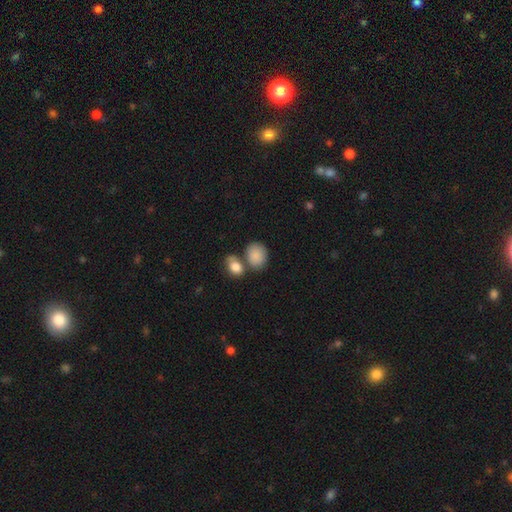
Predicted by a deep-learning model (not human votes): Smooth or featured? Predicted: smooth (p=0.87). How rounded? Predicted: in between (p=0.57). Merging? Predicted: none (p=0.52).